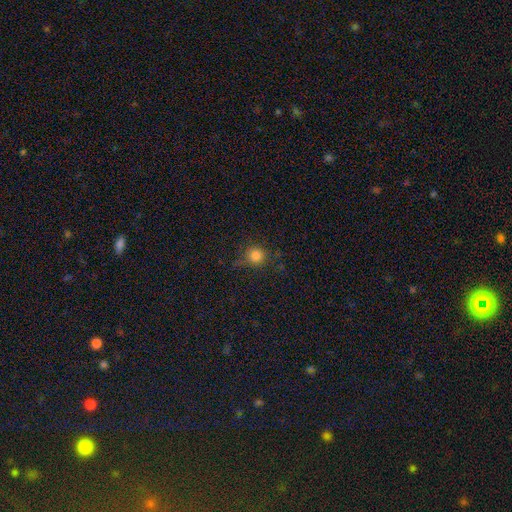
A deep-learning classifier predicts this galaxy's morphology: type=smooth (79%); roundness=round (92%); merging=none (79%).